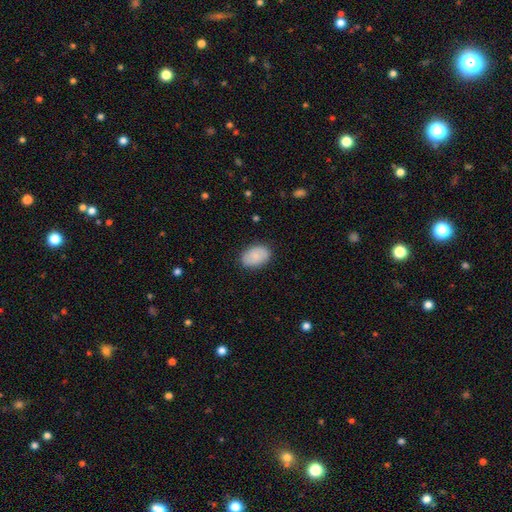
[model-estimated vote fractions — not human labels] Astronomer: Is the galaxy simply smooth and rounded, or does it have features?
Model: smooth — 84%.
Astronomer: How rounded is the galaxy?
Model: in between — 86%.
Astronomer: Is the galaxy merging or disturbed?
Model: none — 85%.